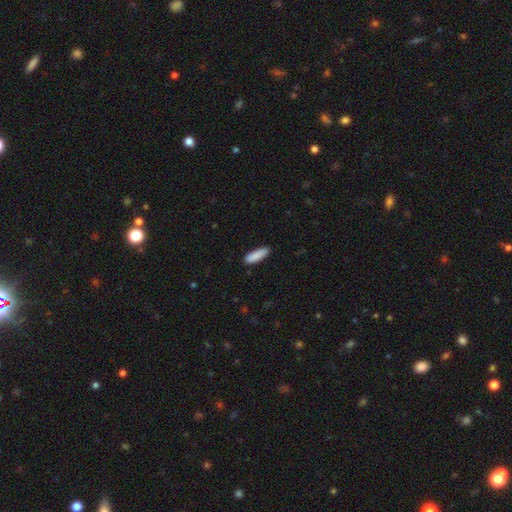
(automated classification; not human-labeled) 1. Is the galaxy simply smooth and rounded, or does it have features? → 89% smooth, 6% star or artifact, 5% featured or disk.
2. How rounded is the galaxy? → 52% cigar-shaped, 47% in between, 2% round.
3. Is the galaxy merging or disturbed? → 87% none, 10% minor disturbance, 2% major disturbance, 1% merger.